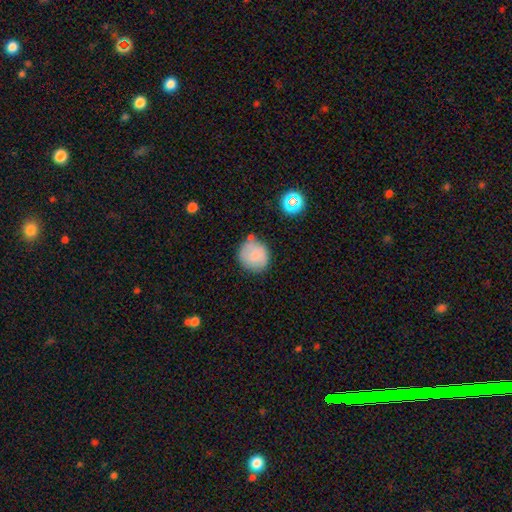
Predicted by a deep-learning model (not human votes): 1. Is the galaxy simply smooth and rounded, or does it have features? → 78% smooth, 13% featured or disk, 9% star or artifact.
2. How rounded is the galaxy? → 88% round, 11% in between, 1% cigar-shaped.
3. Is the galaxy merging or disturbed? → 60% none, 26% minor disturbance, 8% merger, 6% major disturbance.